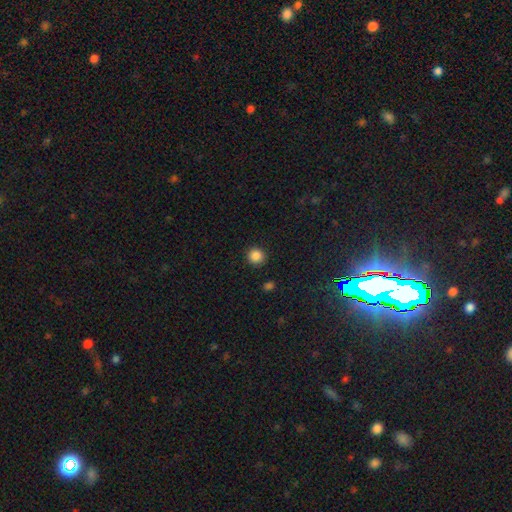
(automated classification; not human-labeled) smooth-or-featured: smooth: 86% | star or artifact: 11% | featured or disk: 3%
  how-rounded: round: 94% | in between: 5% | cigar-shaped: 1%
  merging: none: 91% | minor disturbance: 6% | major disturbance: 2% | merger: 1%